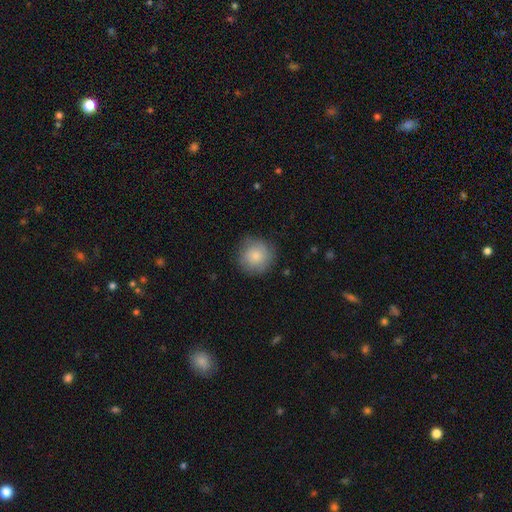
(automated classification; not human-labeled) Smooth or featured?
  - smooth: 82% *
  - featured or disk: 11%
  - star or artifact: 7%
How rounded?
  - round: 94% *
  - in between: 5%
  - cigar-shaped: 1%
Merging?
  - none: 83% *
  - minor disturbance: 13%
  - major disturbance: 3%
  - merger: 1%